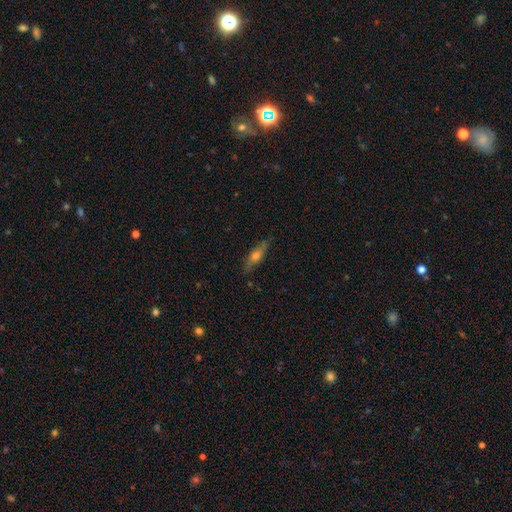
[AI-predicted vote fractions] A featured or disk galaxy (57%) viewed edge-on (85%).

Vote fractions:
- Smooth or featured? featured or disk: 57% / smooth: 35% / star or artifact: 8%
- Edge-on disk? yes: 85% / no: 15%
- Merging? none: 82% / minor disturbance: 13% / major disturbance: 3% / merger: 1%